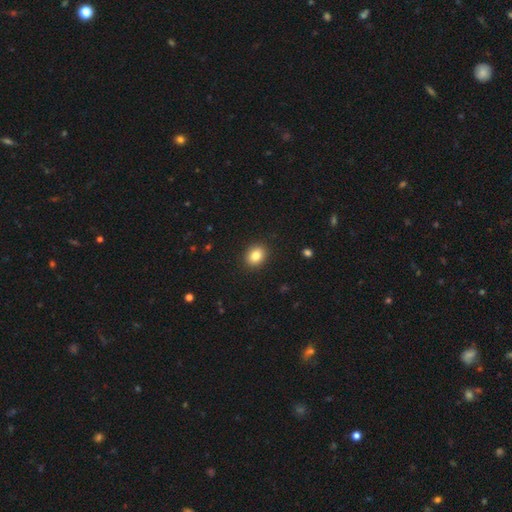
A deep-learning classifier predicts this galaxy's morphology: This appears to be a smooth galaxy with no disk features (85%) that is in between round and cigar-shaped (50%). Merging: none (90%).